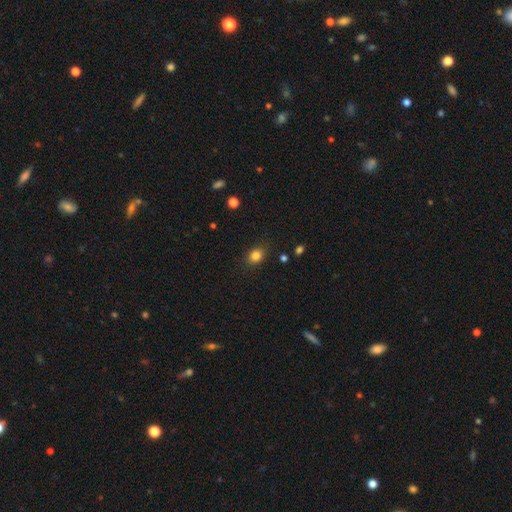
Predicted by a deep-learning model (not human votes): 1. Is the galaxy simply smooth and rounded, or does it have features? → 83% smooth, 11% star or artifact, 6% featured or disk.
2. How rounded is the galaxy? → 53% in between, 46% round, 1% cigar-shaped.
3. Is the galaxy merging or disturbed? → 84% none, 12% minor disturbance, 3% major disturbance, 1% merger.